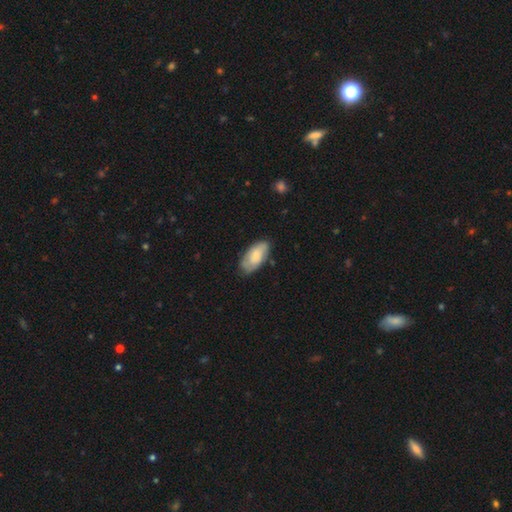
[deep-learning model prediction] smooth 73%, featured or disk 21%, star or artifact 6%. Down the decision tree: how rounded — in between (92%); merging — none (71%).